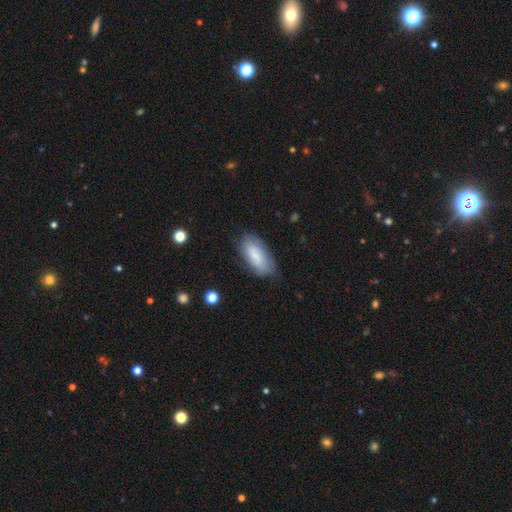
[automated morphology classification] A smooth galaxy with no disk features (75%) that is in between round and cigar-shaped (89%).

Vote fractions:
- Smooth or featured? smooth: 75% / featured or disk: 18% / star or artifact: 7%
- How rounded? in between: 89% / cigar-shaped: 9% / round: 2%
- Merging? none: 73% / minor disturbance: 20% / major disturbance: 5% / merger: 2%